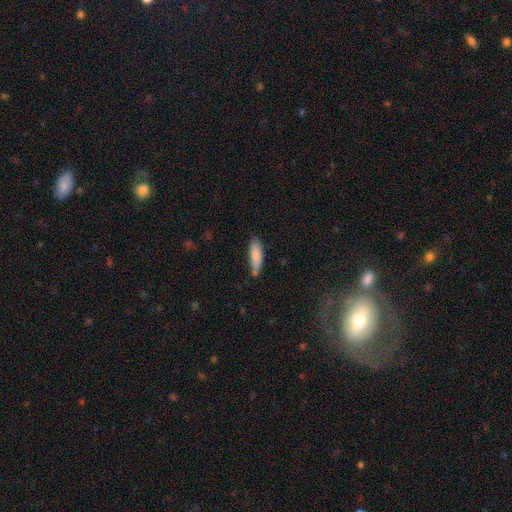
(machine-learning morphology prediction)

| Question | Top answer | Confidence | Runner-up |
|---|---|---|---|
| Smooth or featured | smooth | 83% | featured or disk (11%) |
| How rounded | cigar-shaped | 50% | in between (48%) |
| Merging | none | 64% | minor disturbance (26%) |